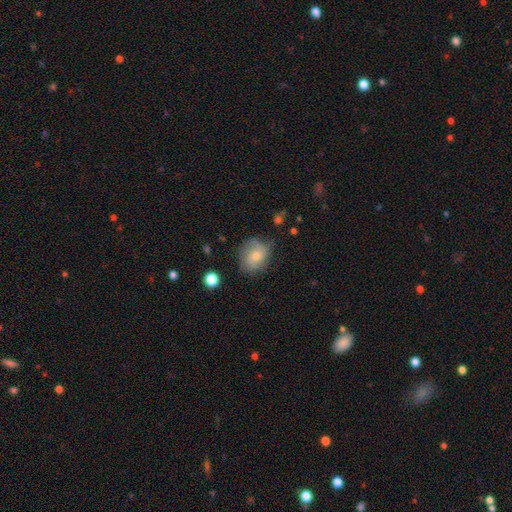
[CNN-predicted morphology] type=smooth (61%); roundness=round (67%); merging=none (65%).